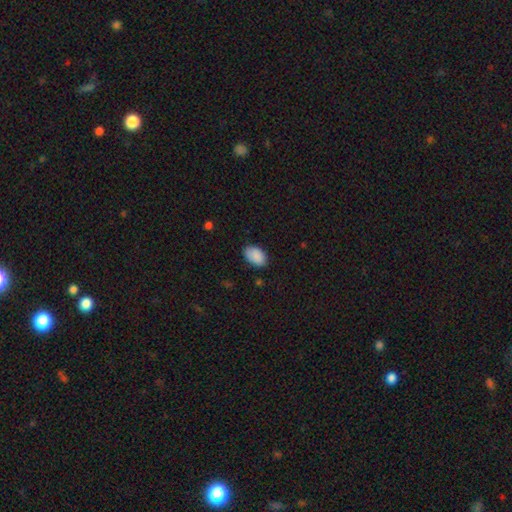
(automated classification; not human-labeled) Morphology: type=smooth (90%); roundness=in between (90%); merging=none (83%).